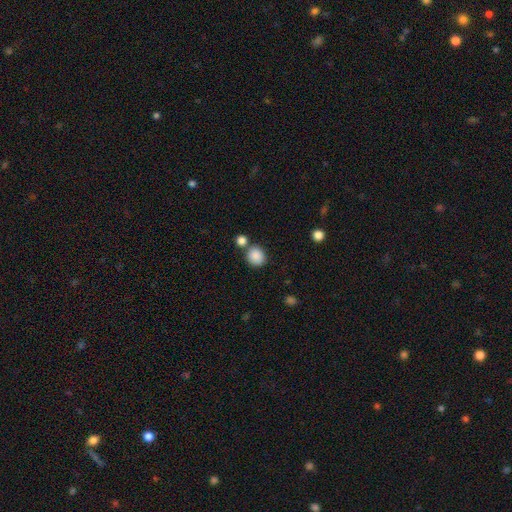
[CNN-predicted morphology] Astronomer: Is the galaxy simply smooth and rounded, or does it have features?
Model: smooth — 87%.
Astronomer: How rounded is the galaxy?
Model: round — 82%.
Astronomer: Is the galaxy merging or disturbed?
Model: none — 67%.